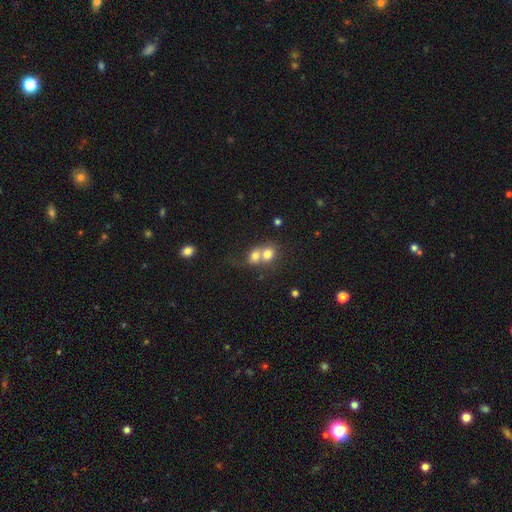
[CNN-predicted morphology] The model was most divided on "how rounded": round: 63%, in between: 36%, cigar-shaped: 1%. More confident: merging — merger (73%); smooth or featured — smooth (71%).